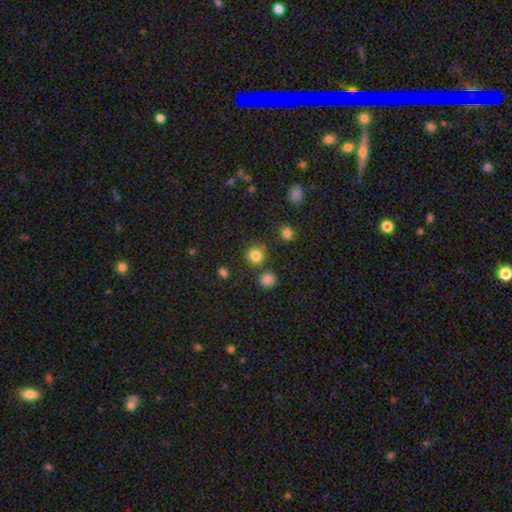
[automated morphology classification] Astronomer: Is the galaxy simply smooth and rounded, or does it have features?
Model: smooth — 81%.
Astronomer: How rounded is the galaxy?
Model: round — 91%.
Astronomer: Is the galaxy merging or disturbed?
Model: none — 76%.